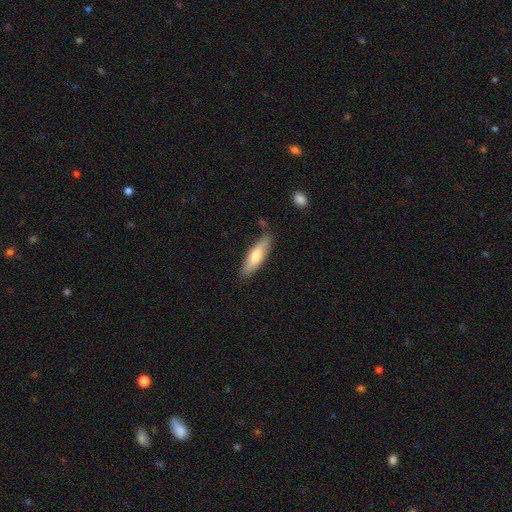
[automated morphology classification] smooth-or-featured: smooth: 64% | featured or disk: 30% | star or artifact: 6%
  how-rounded: cigar-shaped: 62% | in between: 36% | round: 2%
  merging: none: 80% | minor disturbance: 14% | merger: 3% | major disturbance: 2%